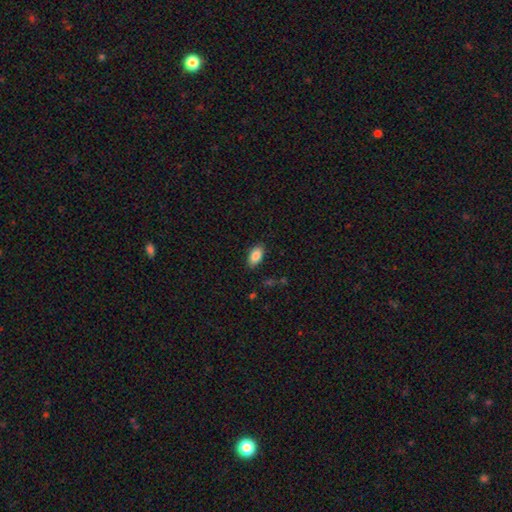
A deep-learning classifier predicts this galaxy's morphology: Q: Smooth or featured?
A: smooth (87%); runner-up: star or artifact (7%)
Q: How rounded?
A: in between (93%); runner-up: round (4%)
Q: Merging?
A: none (86%); runner-up: minor disturbance (10%)